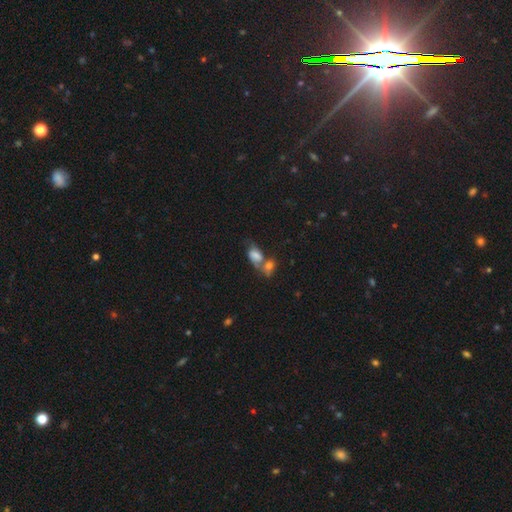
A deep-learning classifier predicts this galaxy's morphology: This is likely a smooth galaxy (65%). How rounded: clearly in between (86%). Merging: possibly merger (58%).